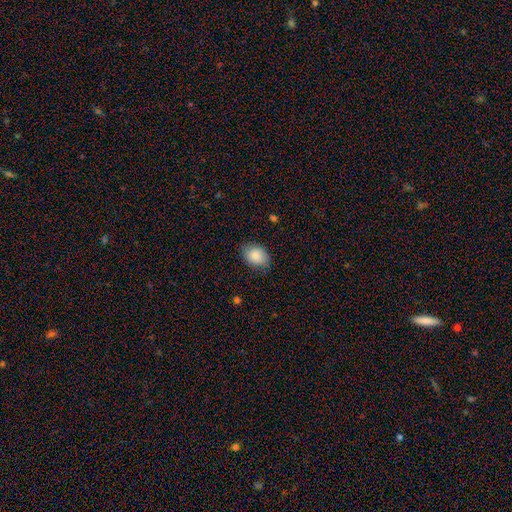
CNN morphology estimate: smooth 88%, star or artifact 7%, featured or disk 6%. Down the decision tree: how rounded — in between (74%); merging — none (81%).